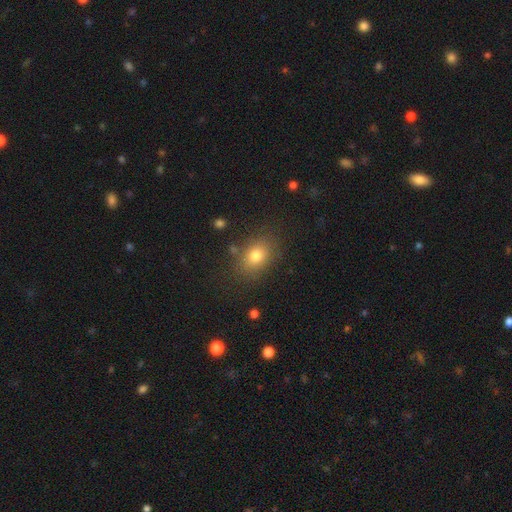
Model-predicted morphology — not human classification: smooth-or-featured: smooth: 78% | star or artifact: 12% | featured or disk: 10%
  how-rounded: in between: 68% | round: 31% | cigar-shaped: 1%
  merging: none: 80% | minor disturbance: 12% | major disturbance: 5% | merger: 3%